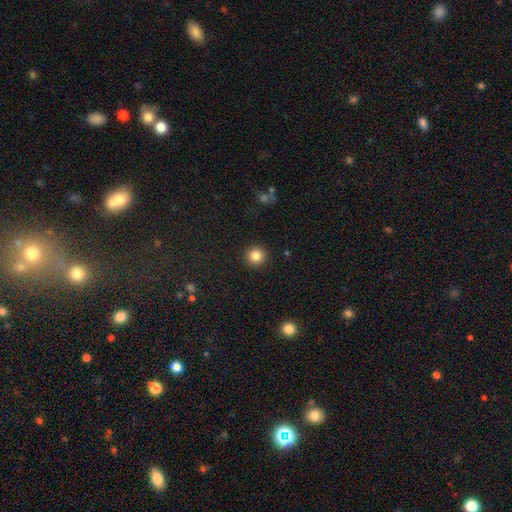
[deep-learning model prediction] This appears to be a smooth galaxy with no disk features (84%) that is round (95%). Merging: none (92%).